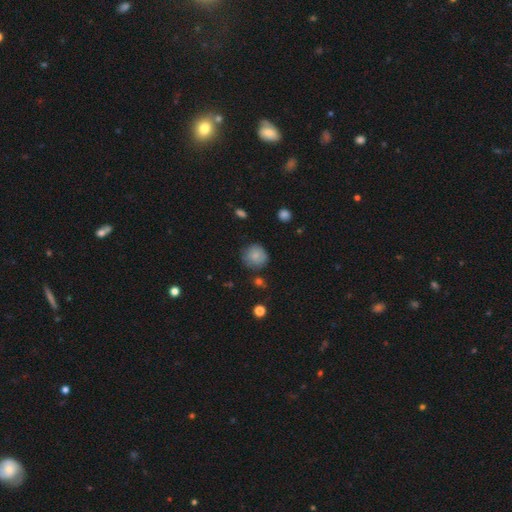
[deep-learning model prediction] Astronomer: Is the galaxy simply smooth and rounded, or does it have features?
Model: smooth — 78%.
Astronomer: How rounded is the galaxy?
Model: round — 89%.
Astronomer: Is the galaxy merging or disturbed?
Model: none — 71%.